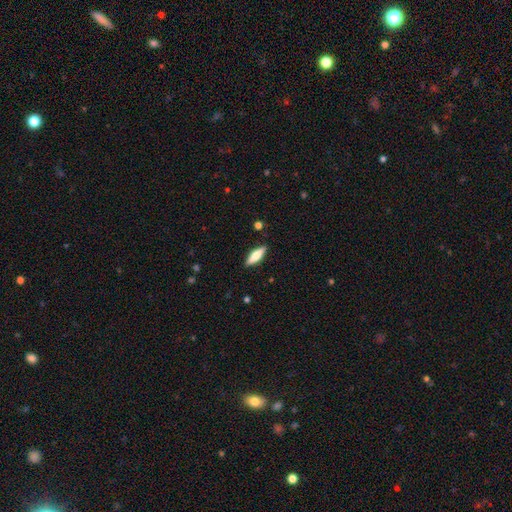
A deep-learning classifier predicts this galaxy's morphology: The model was most divided on "how rounded": cigar-shaped: 51%, in between: 47%, round: 2%. More confident: merging — none (88%); smooth or featured — smooth (67%).